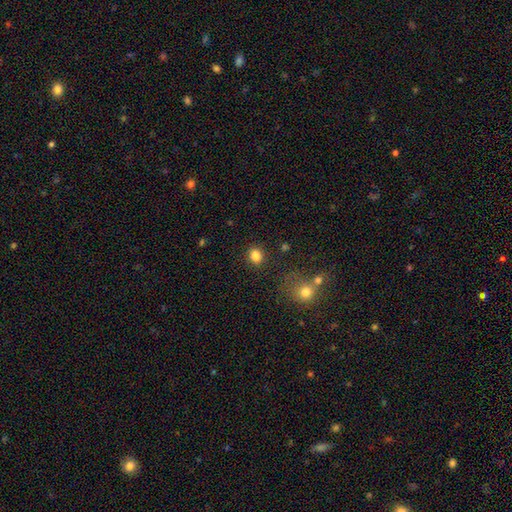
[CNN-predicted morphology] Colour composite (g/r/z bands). It shows a smooth galaxy with no disk features (84%) that is round (63%). Merging: none (86%).